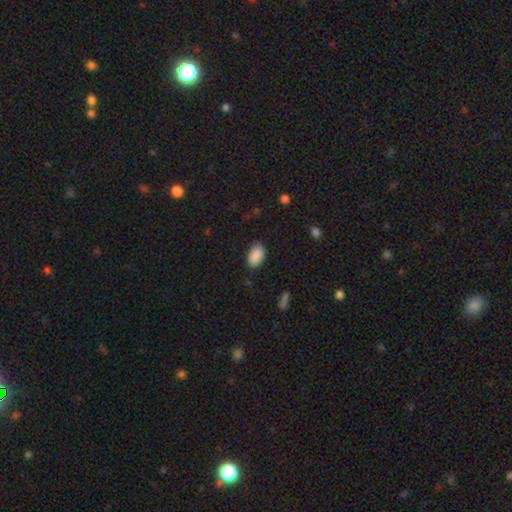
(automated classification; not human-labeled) A smooth galaxy with no disk features (90%) that is in between round and cigar-shaped (92%).

Vote fractions:
- Smooth or featured? smooth: 90% / star or artifact: 7% / featured or disk: 3%
- How rounded? in between: 92% / round: 6% / cigar-shaped: 1%
- Merging? none: 83% / minor disturbance: 13% / major disturbance: 3% / merger: 1%